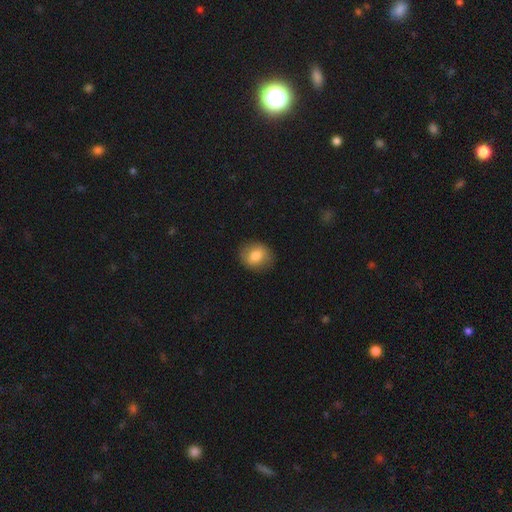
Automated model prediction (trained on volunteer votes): Smooth or featured? smooth (77%)
How rounded? round (65%)
Merging? none (85%)